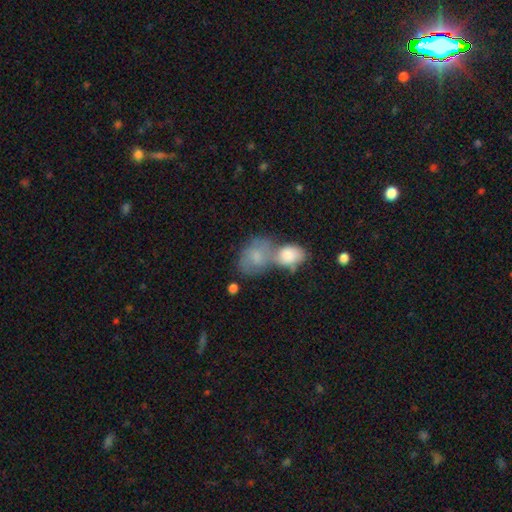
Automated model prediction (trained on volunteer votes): Smooth or featured?
  - smooth: 69% *
  - featured or disk: 24%
  - star or artifact: 8%
How rounded?
  - in between: 72% *
  - round: 26%
  - cigar-shaped: 2%
Merging?
  - merger: 63% *
  - none: 20%
  - minor disturbance: 10%
  - major disturbance: 7%